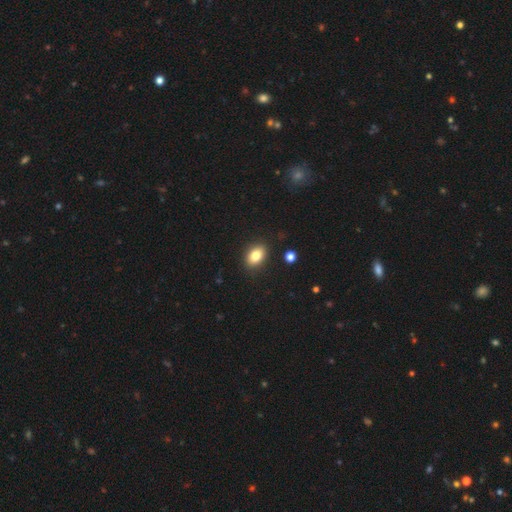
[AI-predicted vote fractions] smooth-or-featured: smooth: 82% | star or artifact: 9% | featured or disk: 9%
  how-rounded: in between: 81% | round: 18% | cigar-shaped: 2%
  merging: none: 88% | minor disturbance: 8% | major disturbance: 2% | merger: 2%